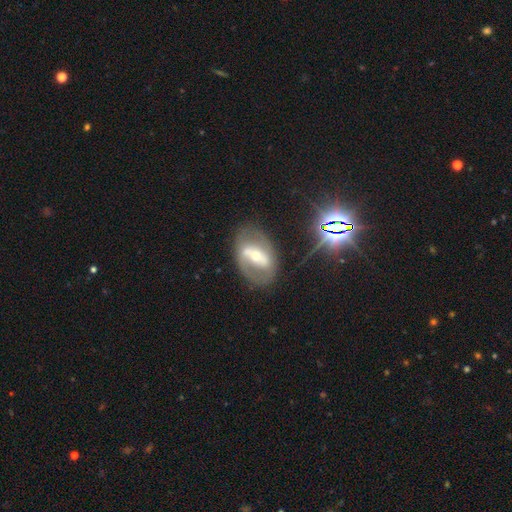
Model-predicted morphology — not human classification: Smooth or featured? Predicted: featured or disk (p=0.72). Edge-on disk? Predicted: no (p=0.92). Bar? Predicted: strong (p=0.55). Spiral arms? Predicted: yes (p=0.53). Bulge size? Predicted: moderate (p=0.49). Merging? Predicted: none (p=0.68).